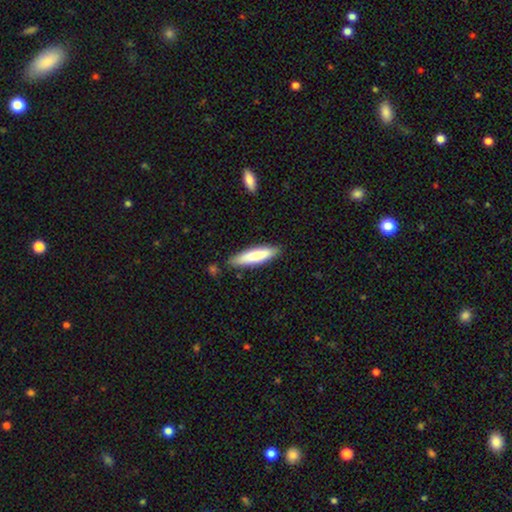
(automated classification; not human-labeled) smooth_or_featured: smooth (p=0.79) [alt: featured or disk p=0.16]
how_rounded: cigar-shaped (p=0.74) [alt: in between p=0.25]
merging: none (p=0.85) [alt: minor disturbance p=0.11]